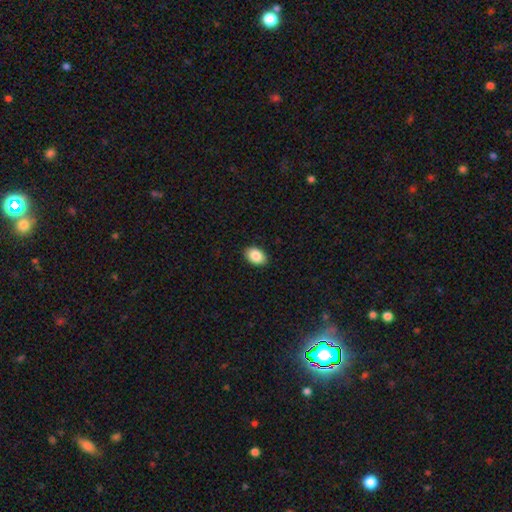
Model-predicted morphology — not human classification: A smooth galaxy with no disk features (88%) that is in between round and cigar-shaped (87%).

Vote fractions:
- Smooth or featured? smooth: 88% / star or artifact: 7% / featured or disk: 5%
- How rounded? in between: 87% / round: 12% / cigar-shaped: 1%
- Merging? none: 90% / minor disturbance: 8% / major disturbance: 2% / merger: 1%